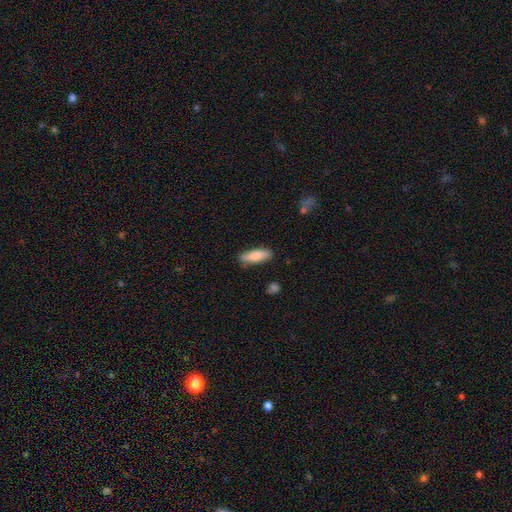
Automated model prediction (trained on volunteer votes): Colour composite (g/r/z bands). It shows a smooth galaxy with no disk features (84%) that is in between round and cigar-shaped (53%). Merging: none (82%).